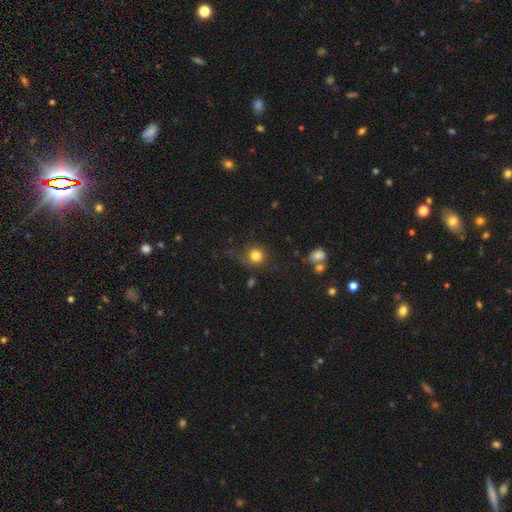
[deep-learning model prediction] Smooth or featured?
  - smooth: 81% *
  - star or artifact: 11%
  - featured or disk: 7%
How rounded?
  - round: 87% *
  - in between: 12%
  - cigar-shaped: 1%
Merging?
  - none: 67% *
  - minor disturbance: 19%
  - major disturbance: 11%
  - merger: 3%